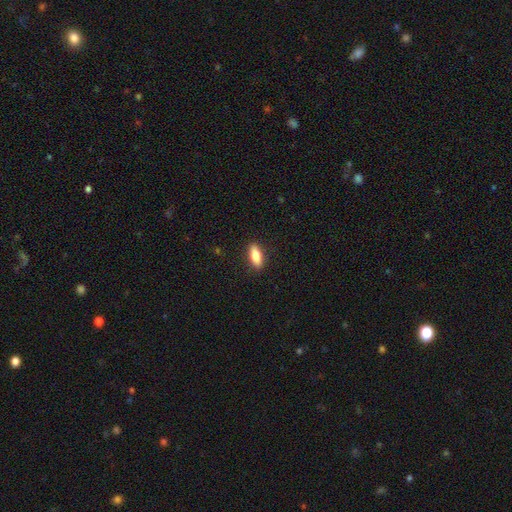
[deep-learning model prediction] Smooth or featured? Predicted: smooth (p=0.78). How rounded? Predicted: in between (p=0.71). Merging? Predicted: none (p=0.89).